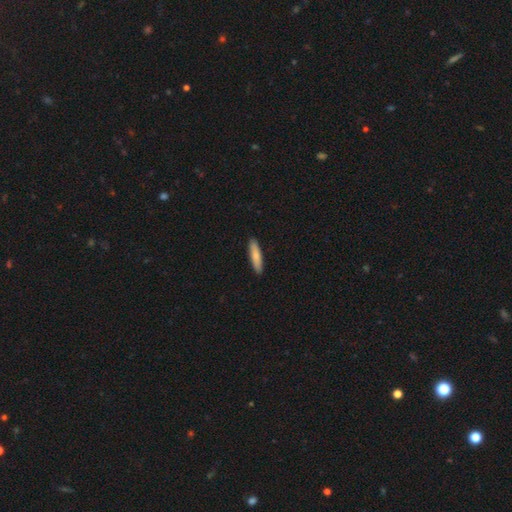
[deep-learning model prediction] Q: Smooth or featured?
A: smooth (80%); runner-up: featured or disk (14%)
Q: How rounded?
A: cigar-shaped (79%); runner-up: in between (19%)
Q: Merging?
A: none (91%); runner-up: minor disturbance (6%)